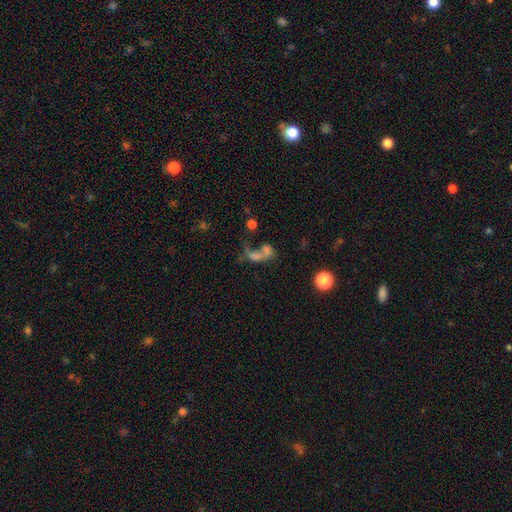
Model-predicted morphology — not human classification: type=smooth (49%); merging=merger (54%).